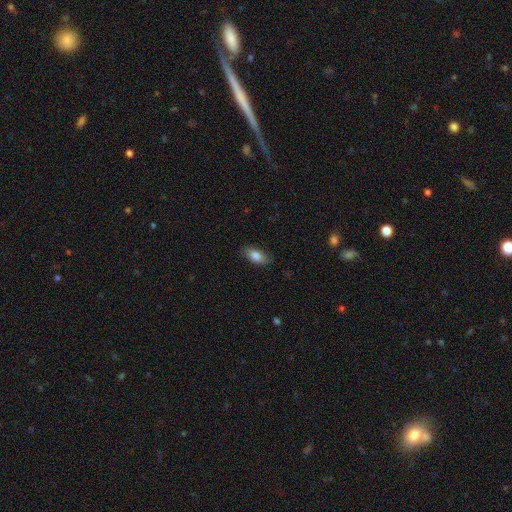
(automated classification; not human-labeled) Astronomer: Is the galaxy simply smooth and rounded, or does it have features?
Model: smooth — 83%.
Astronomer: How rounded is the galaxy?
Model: in between — 89%.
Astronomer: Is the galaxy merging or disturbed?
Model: none — 82%.